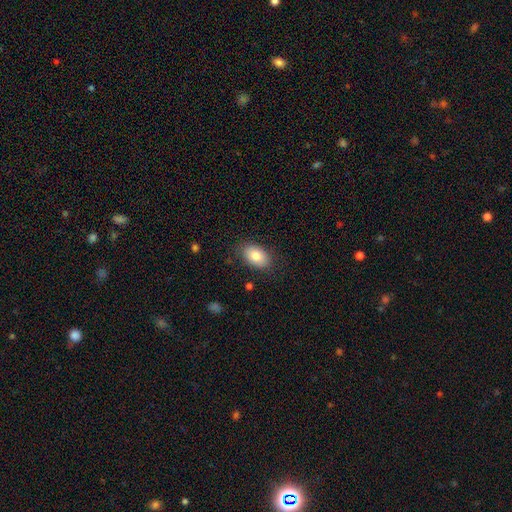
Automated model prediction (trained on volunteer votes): smooth_or_featured: smooth (p=0.82) [alt: featured or disk p=0.11]
how_rounded: in between (p=0.87) [alt: round p=0.11]
merging: none (p=0.83) [alt: minor disturbance p=0.12]